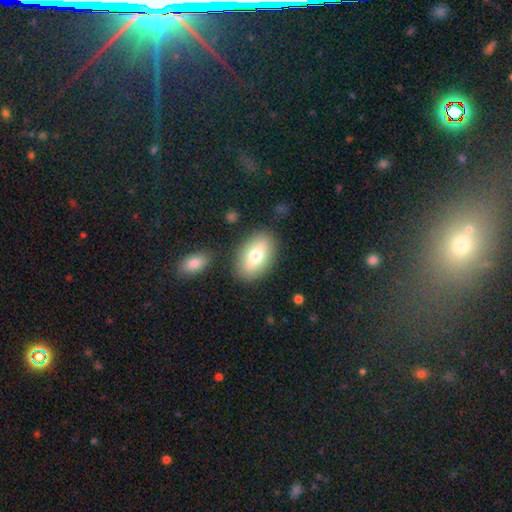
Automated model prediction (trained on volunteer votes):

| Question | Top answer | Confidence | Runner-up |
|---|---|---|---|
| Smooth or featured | smooth | 71% | featured or disk (22%) |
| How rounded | in between | 89% | round (9%) |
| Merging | none | 83% | minor disturbance (10%) |